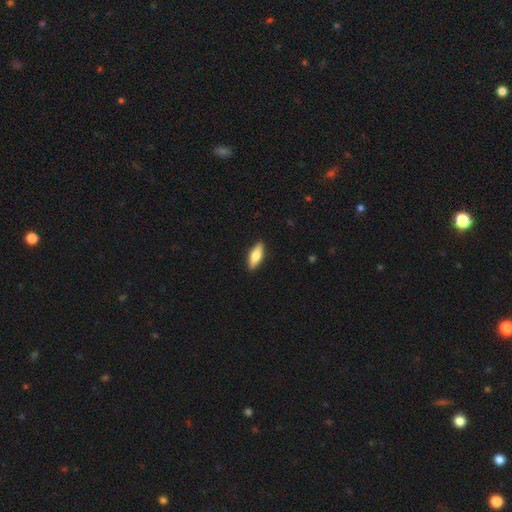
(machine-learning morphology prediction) The model was most divided on "how rounded": in between: 66%, cigar-shaped: 31%, round: 2%. More confident: merging — none (89%); smooth or featured — smooth (71%).